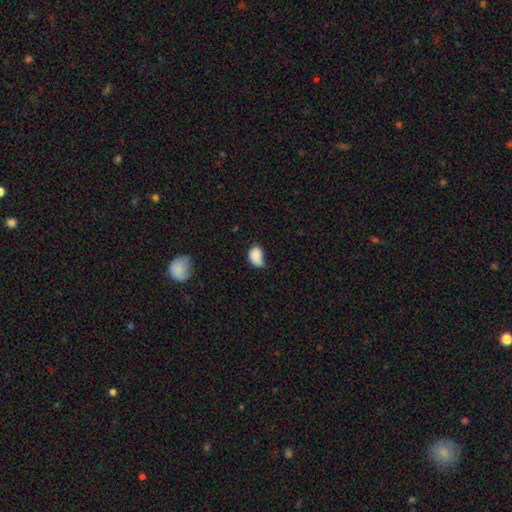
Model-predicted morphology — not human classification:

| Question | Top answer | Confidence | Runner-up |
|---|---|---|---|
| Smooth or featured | smooth | 84% | star or artifact (8%) |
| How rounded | in between | 76% | round (23%) |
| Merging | minor disturbance | 41% | none (34%) |